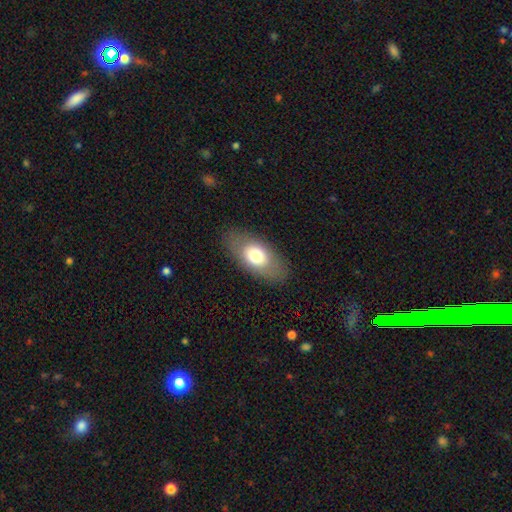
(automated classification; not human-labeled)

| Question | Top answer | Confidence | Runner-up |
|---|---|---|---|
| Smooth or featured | smooth | 67% | featured or disk (25%) |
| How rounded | in between | 90% | round (6%) |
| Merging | none | 84% | minor disturbance (11%) |